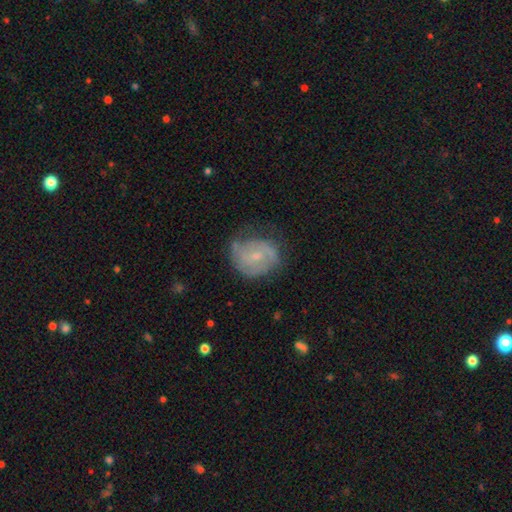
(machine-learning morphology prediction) A featured or disk galaxy (61%) with no bar (51%), spiral arms (81%) and a small central bulge (62%).

Vote fractions:
- Smooth or featured? featured or disk: 61% / smooth: 32% / star or artifact: 7%
- Edge-on disk? no: 97% / yes: 3%
- Bar? no: 51% / weak: 42% / strong: 7%
- Spiral arms? yes: 81% / no: 19%
- Bulge size? small: 62% / moderate: 28% / none: 8% / large: 1% / dominant: 1%
- Merging? none: 56% / minor disturbance: 29% / major disturbance: 13% / merger: 2%